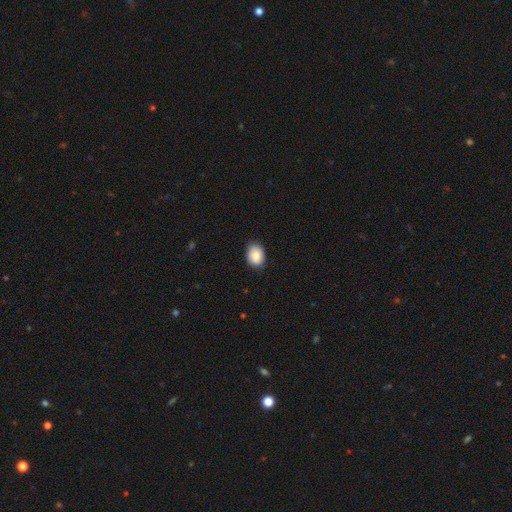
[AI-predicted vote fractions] A smooth galaxy with no disk features (87%) that is in between round and cigar-shaped (73%).

Vote fractions:
- Smooth or featured? smooth: 87% / star or artifact: 7% / featured or disk: 6%
- How rounded? in between: 73% / round: 26% / cigar-shaped: 1%
- Merging? none: 82% / minor disturbance: 15% / major disturbance: 2% / merger: 1%